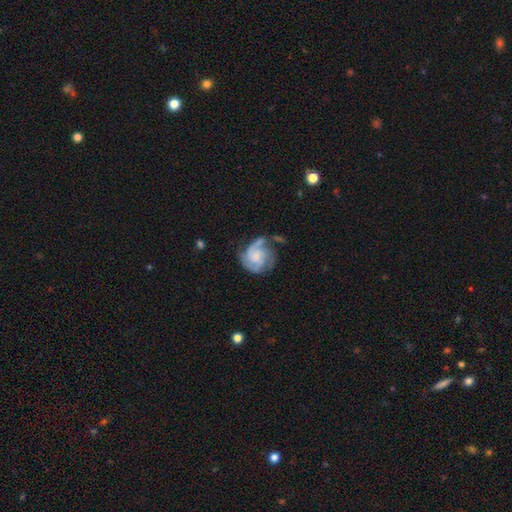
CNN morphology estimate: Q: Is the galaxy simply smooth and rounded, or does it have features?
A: featured or disk — 78%.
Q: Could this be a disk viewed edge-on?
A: no — 98%.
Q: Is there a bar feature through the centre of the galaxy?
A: no — 68%.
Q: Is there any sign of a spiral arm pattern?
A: yes — 94%.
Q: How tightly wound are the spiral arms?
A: tight — 47%.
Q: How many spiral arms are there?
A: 3 — 38%.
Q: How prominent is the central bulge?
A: small — 31%.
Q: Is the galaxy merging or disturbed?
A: none — 50%.